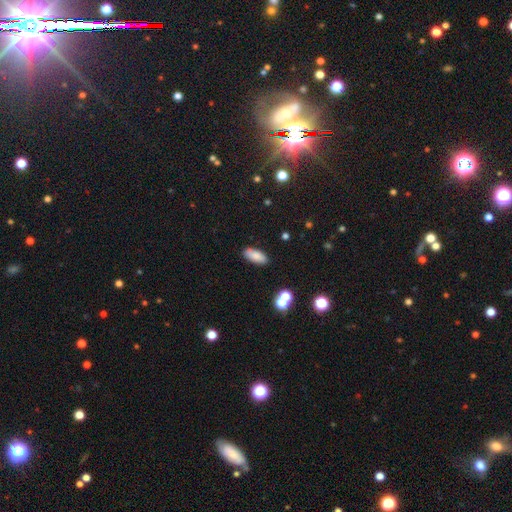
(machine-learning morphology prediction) Smooth or featured? smooth (84%)
How rounded? in between (82%)
Merging? none (86%)